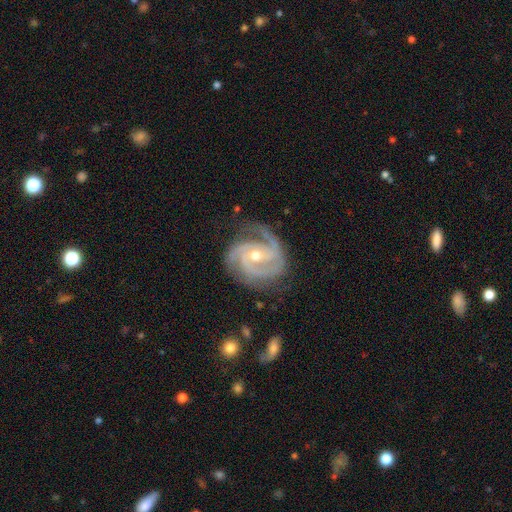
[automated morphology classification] featured or disk 93%, star or artifact 4%, smooth 3%. Down the decision tree: edge-on disk — no (98%); bar — no (46%); spiral arms — yes (99%); spiral arm count — 3 (58%); spiral winding — tight (58%); bulge size — moderate (58%); merging — none (71%).